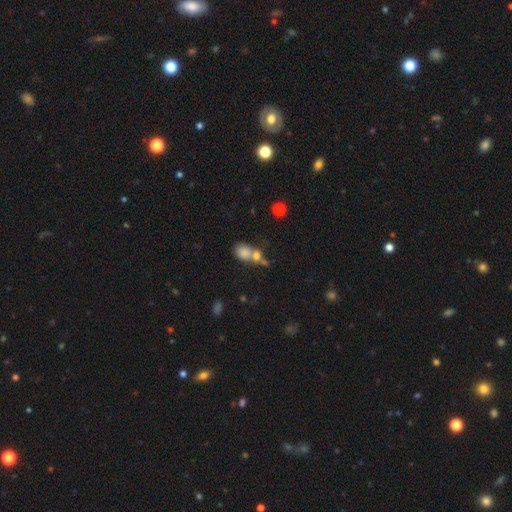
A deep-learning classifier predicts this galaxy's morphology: Smooth or featured?
  - smooth: 71% *
  - star or artifact: 16%
  - featured or disk: 13%
How rounded?
  - round: 50% *
  - in between: 47%
  - cigar-shaped: 3%
Merging?
  - merger: 51% *
  - none: 34%
  - minor disturbance: 10%
  - major disturbance: 6%